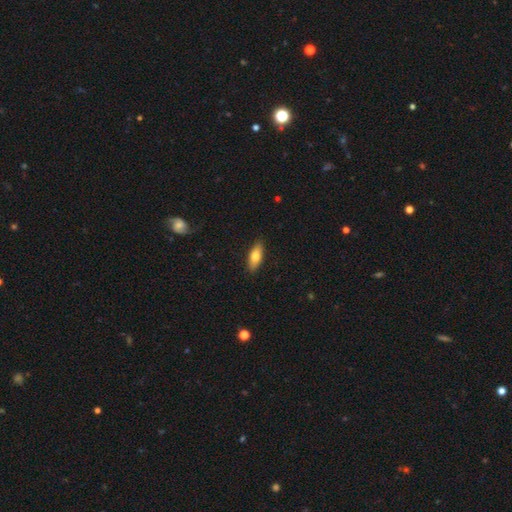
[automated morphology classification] This is likely a smooth galaxy (74%). How rounded: likely in between (69%). Merging: clearly none (89%).